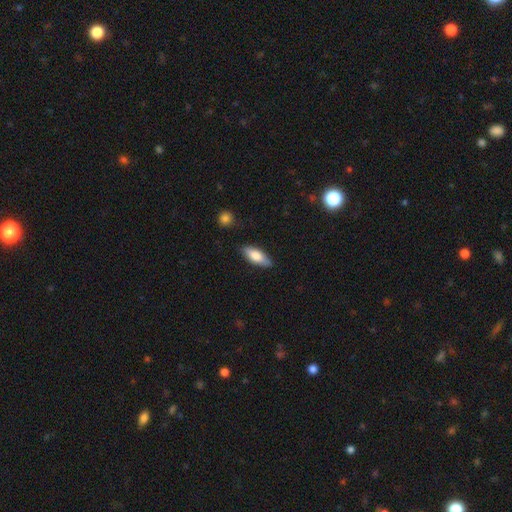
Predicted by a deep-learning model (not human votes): smooth_or_featured: smooth (p=0.75) [alt: featured or disk p=0.19]
how_rounded: in between (p=0.69) [alt: cigar-shaped p=0.28]
merging: none (p=0.83) [alt: minor disturbance p=0.13]